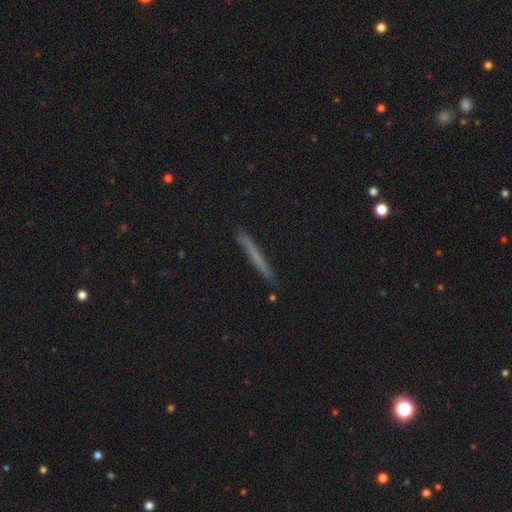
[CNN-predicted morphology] type=smooth (58%); roundness=cigar-shaped (97%); merging=none (89%).